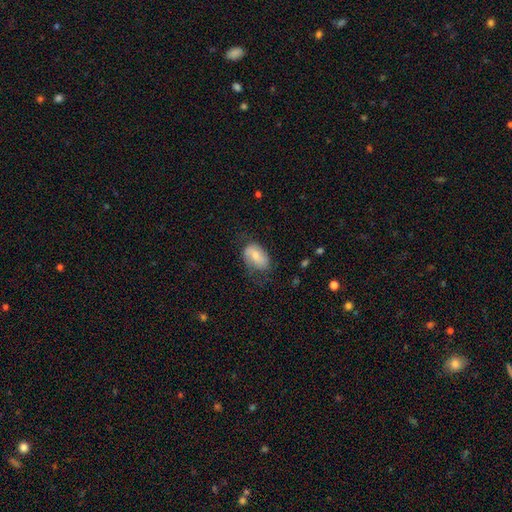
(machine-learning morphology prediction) This appears to be a smooth galaxy with no disk features (55%) that is in between round and cigar-shaped (87%). Merging: none (53%).